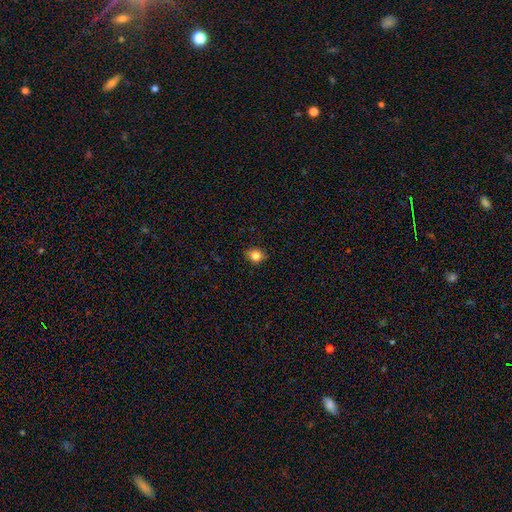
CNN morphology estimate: This is clearly a smooth galaxy (83%). How rounded: likely round (62%). Merging: clearly none (85%).